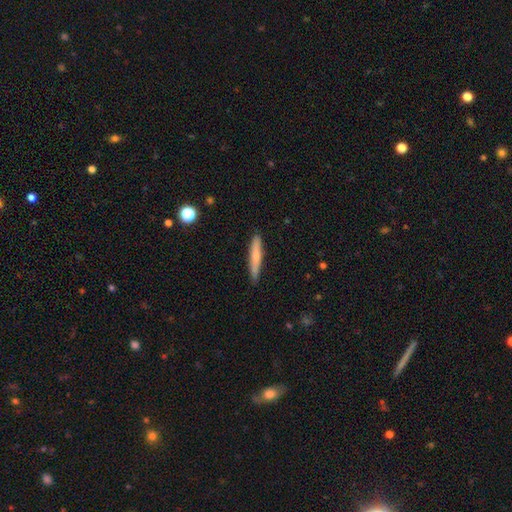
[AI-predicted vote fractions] smooth-or-featured: smooth: 67% | featured or disk: 27% | star or artifact: 6%
  how-rounded: cigar-shaped: 94% | in between: 5% | round: 1%
  merging: none: 87% | minor disturbance: 10% | major disturbance: 2% | merger: 1%